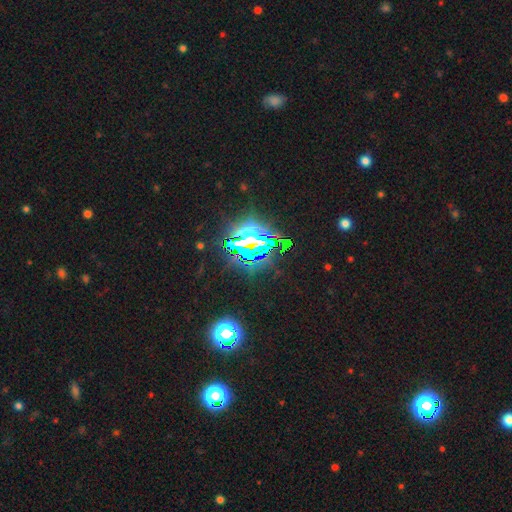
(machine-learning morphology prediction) Smooth or featured? star or artifact (80%)